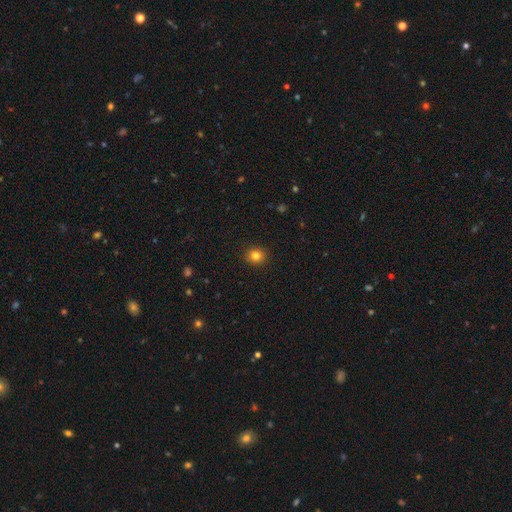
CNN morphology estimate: This appears to be a smooth galaxy with no disk features (82%) that is round (83%). Merging: none (92%).